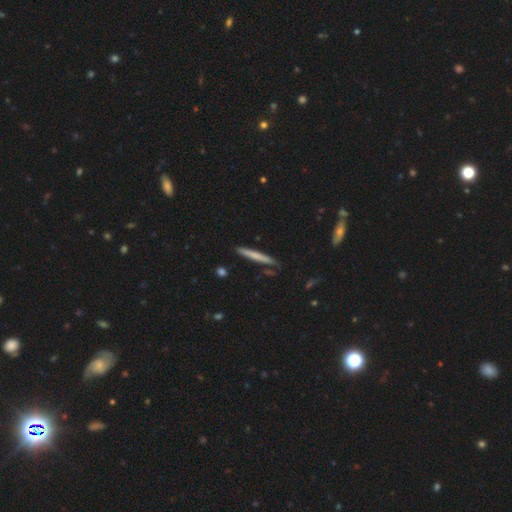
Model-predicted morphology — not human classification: Q: Smooth or featured?
A: smooth (66%); runner-up: featured or disk (28%)
Q: How rounded?
A: cigar-shaped (96%); runner-up: in between (3%)
Q: Merging?
A: none (85%); runner-up: minor disturbance (11%)